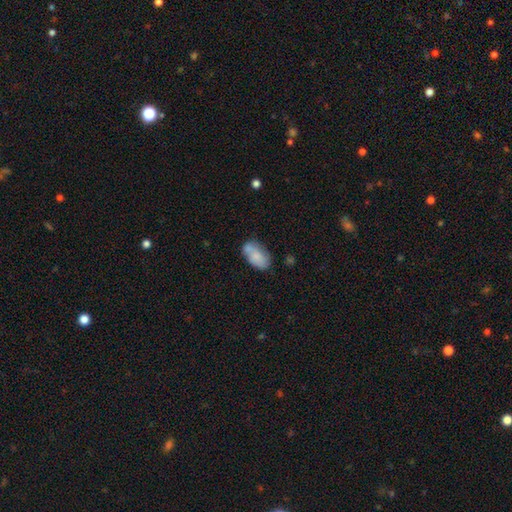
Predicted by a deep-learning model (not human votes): Overall: smooth (74%). How rounded: in between (93%). Merging: none (53%; minor disturbance 23%).